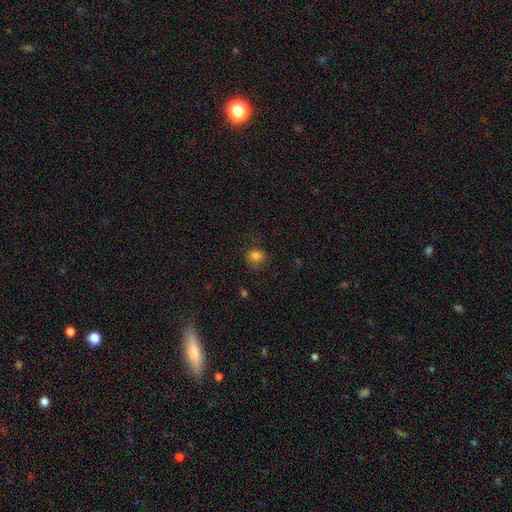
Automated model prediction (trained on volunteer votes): This appears to be a smooth galaxy with no disk features (81%) that is round (60%). Merging: none (70%).